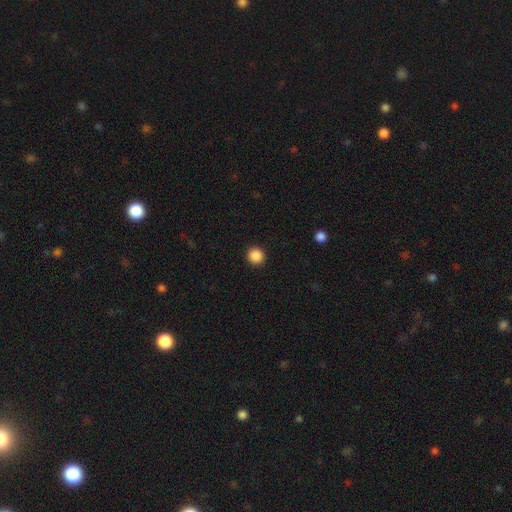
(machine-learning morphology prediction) This appears to be a smooth galaxy with no disk features (88%) that is round (94%). Merging: none (93%).